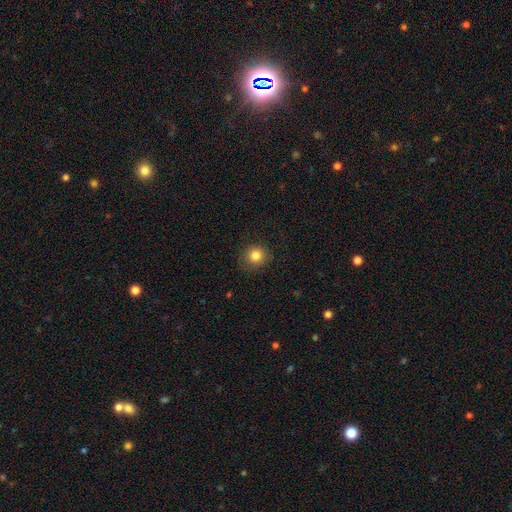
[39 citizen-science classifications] smooth_or_featured: smooth (p=0.87) [alt: featured or disk p=0.08]
how_rounded: round (p=0.82) [alt: in between p=0.18]
merging: none (p=0.81) [alt: minor disturbance p=0.11]